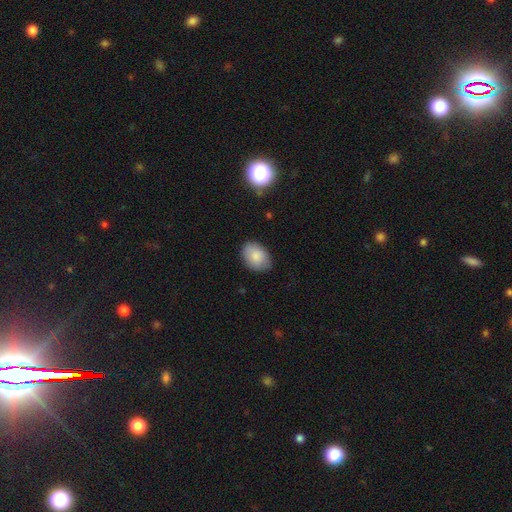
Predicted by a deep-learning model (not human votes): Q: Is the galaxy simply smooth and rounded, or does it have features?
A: smooth — 85%.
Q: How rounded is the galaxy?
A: in between — 77%.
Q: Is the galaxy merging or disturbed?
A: none — 81%.